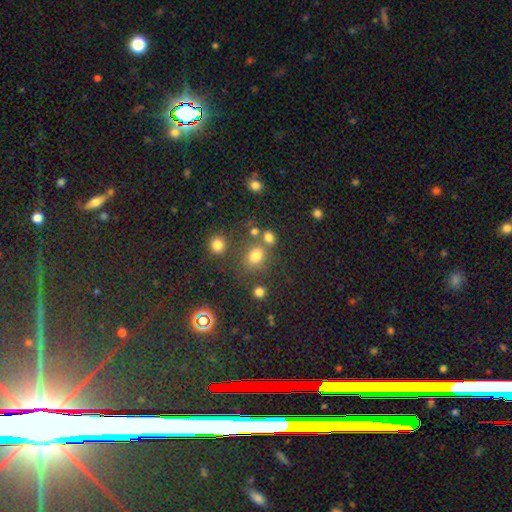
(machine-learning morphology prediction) The model was most divided on "how rounded": round: 60%, in between: 39%, cigar-shaped: 1%. More confident: smooth or featured — smooth (71%); merging — none (62%).